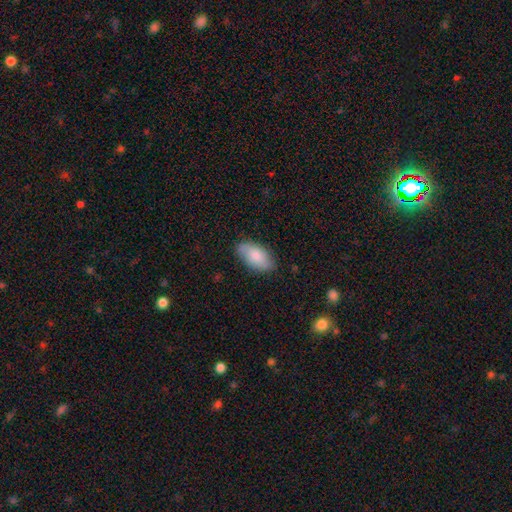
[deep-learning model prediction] Q: Smooth or featured?
A: smooth (80%); runner-up: featured or disk (14%)
Q: How rounded?
A: in between (94%); runner-up: cigar-shaped (3%)
Q: Merging?
A: none (80%); runner-up: minor disturbance (16%)